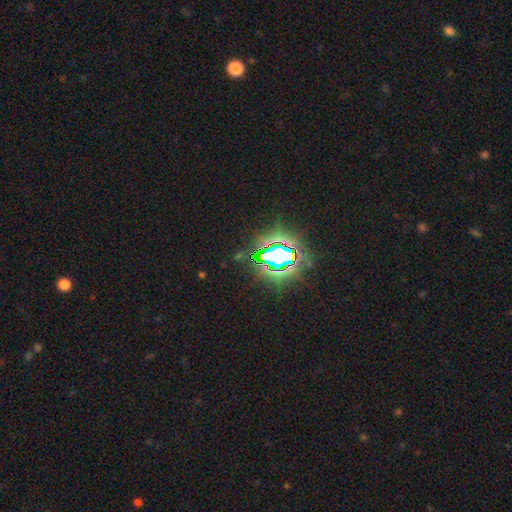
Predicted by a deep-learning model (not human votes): Smooth or featured? Predicted: star or artifact (p=0.81).